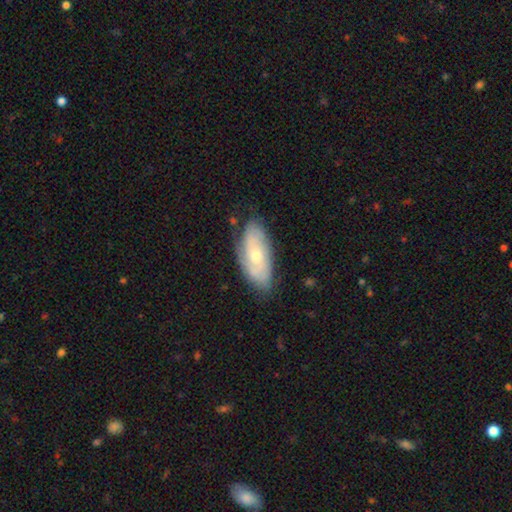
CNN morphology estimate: The model was most divided on "smooth or featured": featured or disk: 56%, smooth: 37%, star or artifact: 6%. More confident: edge-on disk — no (88%); merging — none (74%).